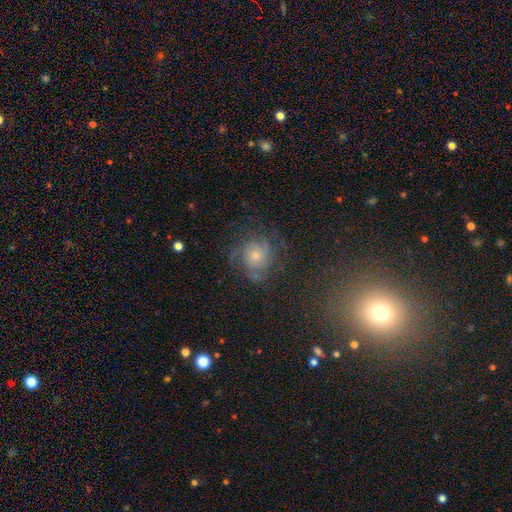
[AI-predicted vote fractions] A featured or disk galaxy (55%) with no bar (79%), spiral arms (87%) and a small central bulge (44%).

Vote fractions:
- Smooth or featured? featured or disk: 55% / smooth: 25% / star or artifact: 20%
- Edge-on disk? no: 96% / yes: 4%
- Bar? no: 79% / weak: 18% / strong: 3%
- Spiral arms? yes: 87% / no: 13%
- Bulge size? small: 44% / moderate: 43% / large: 7% / none: 4% / dominant: 2%
- Merging? none: 70% / minor disturbance: 16% / major disturbance: 12% / merger: 2%